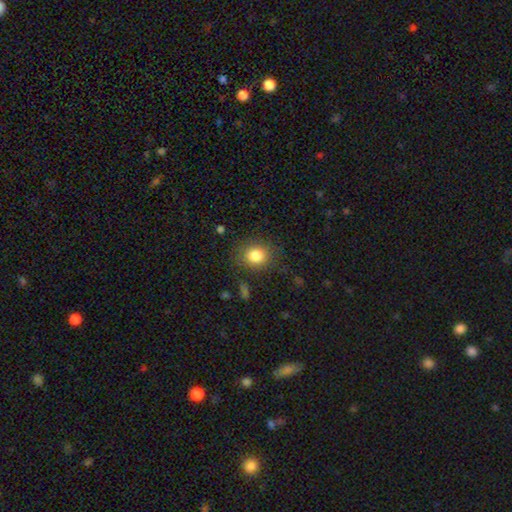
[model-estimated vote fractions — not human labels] Morphology: type=smooth (83%); roundness=round (67%); merging=none (83%).